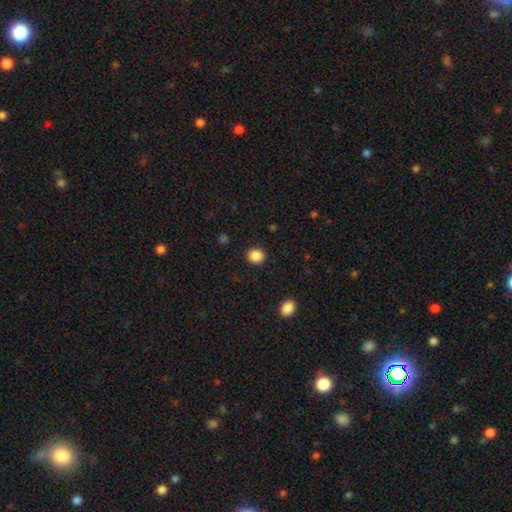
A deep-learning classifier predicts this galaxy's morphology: Overall: smooth (88%). How rounded: round (81%). Merging: none (91%).